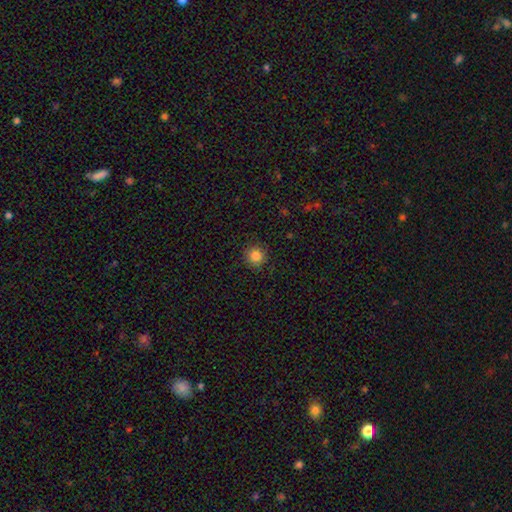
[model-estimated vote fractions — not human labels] A smooth galaxy with no disk features (85%) that is round (94%).

Vote fractions:
- Smooth or featured? smooth: 85% / star or artifact: 11% / featured or disk: 4%
- How rounded? round: 94% / in between: 5% / cigar-shaped: 1%
- Merging? none: 89% / minor disturbance: 8% / major disturbance: 2% / merger: 1%